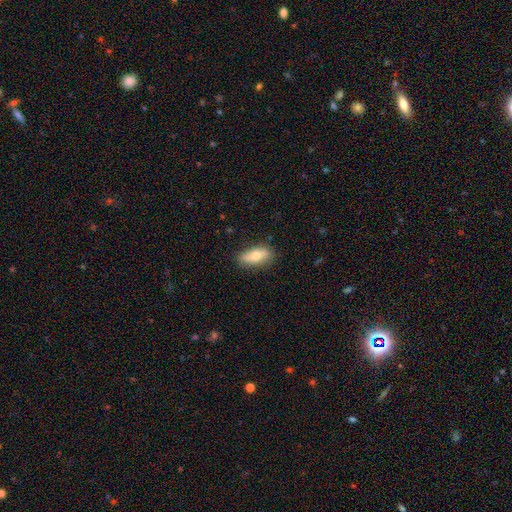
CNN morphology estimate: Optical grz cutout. It shows a smooth galaxy with no disk features (67%) that is in between round and cigar-shaped (81%). Merging: none (83%).